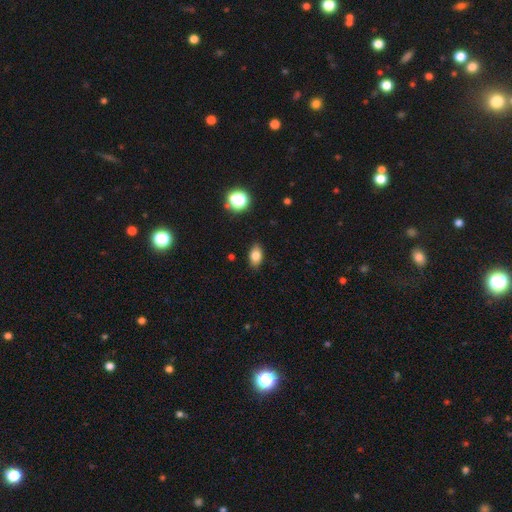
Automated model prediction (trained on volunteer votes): Smooth or featured?
  - smooth: 80% *
  - star or artifact: 11%
  - featured or disk: 10%
How rounded?
  - in between: 87% *
  - round: 10%
  - cigar-shaped: 3%
Merging?
  - none: 86% *
  - minor disturbance: 10%
  - major disturbance: 2%
  - merger: 1%